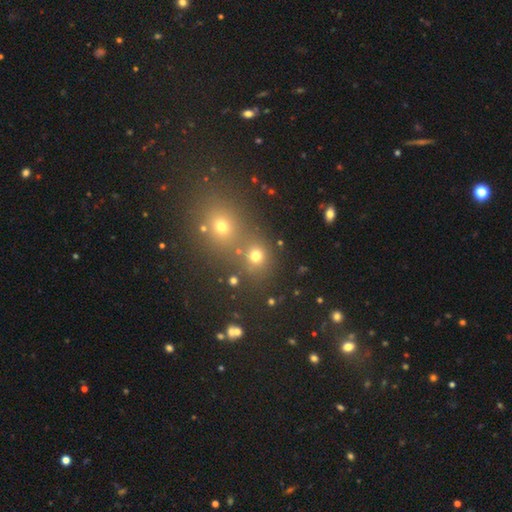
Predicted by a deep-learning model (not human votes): A smooth galaxy with no disk features (69%) that is round (80%). Merging: none (57%).